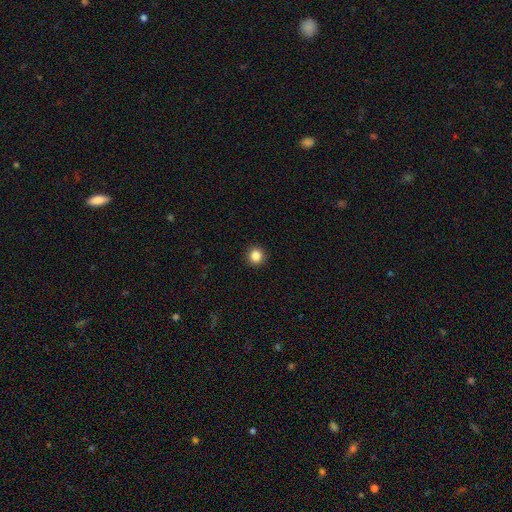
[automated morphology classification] The model was most divided on "smooth or featured": smooth: 86%, star or artifact: 11%, featured or disk: 4%. More confident: how rounded — round (94%); merging — none (93%).